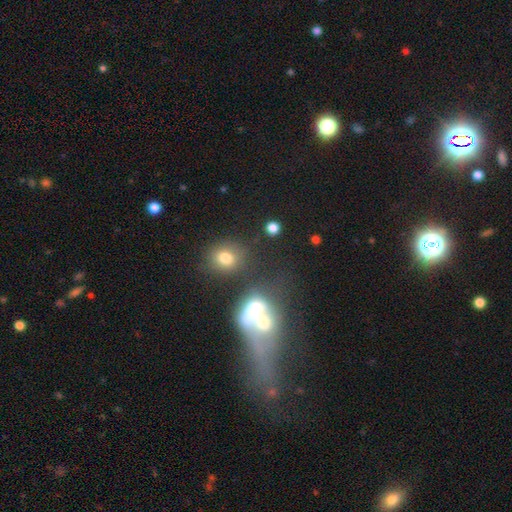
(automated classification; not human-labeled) Smooth or featured? smooth (42%)
Merging? merger (39%)